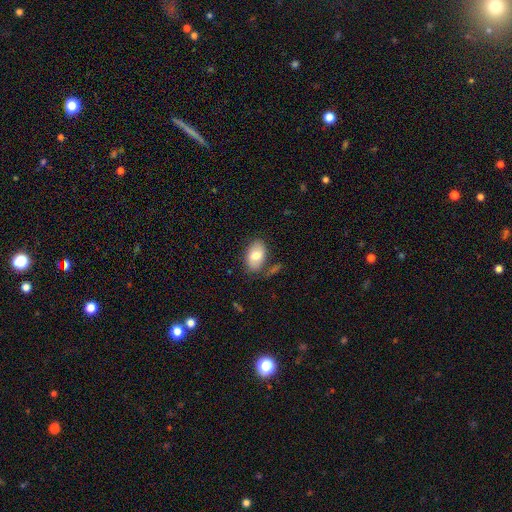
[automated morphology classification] smooth 76%, featured or disk 17%, star or artifact 7%. Down the decision tree: how rounded — in between (91%); merging — none (73%).